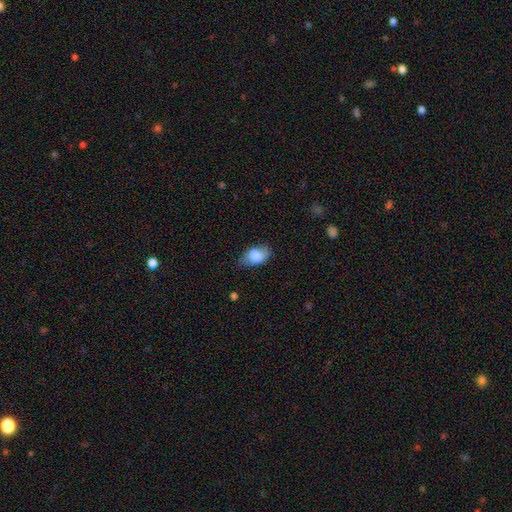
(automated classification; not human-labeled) A smooth galaxy with no disk features (81%) that is in between round and cigar-shaped (87%).

Vote fractions:
- Smooth or featured? smooth: 81% / featured or disk: 12% / star or artifact: 8%
- How rounded? in between: 87% / round: 11% / cigar-shaped: 2%
- Merging? none: 59% / minor disturbance: 31% / major disturbance: 9% / merger: 2%